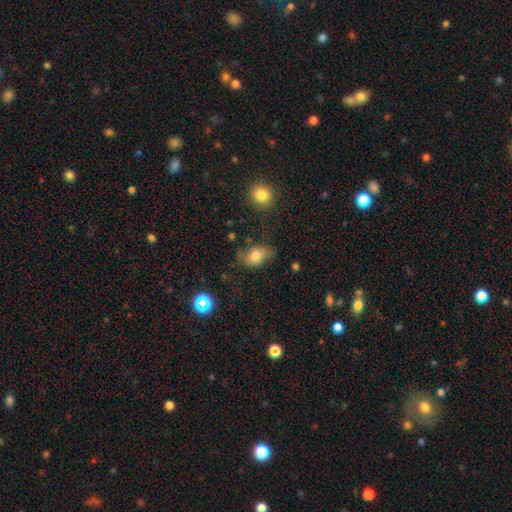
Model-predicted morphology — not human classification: Smooth or featured?
  - smooth: 75% *
  - featured or disk: 14%
  - star or artifact: 11%
How rounded?
  - in between: 77% *
  - round: 21%
  - cigar-shaped: 2%
Merging?
  - none: 61% *
  - minor disturbance: 26%
  - major disturbance: 10%
  - merger: 3%